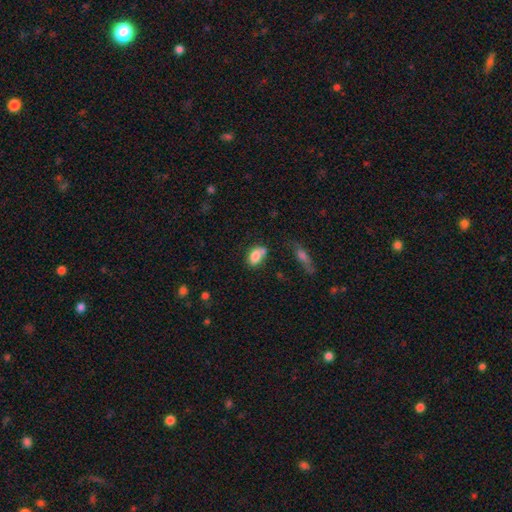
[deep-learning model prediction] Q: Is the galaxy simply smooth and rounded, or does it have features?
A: smooth — 81%.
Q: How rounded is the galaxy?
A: in between — 83%.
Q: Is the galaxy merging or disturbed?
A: none — 51%.